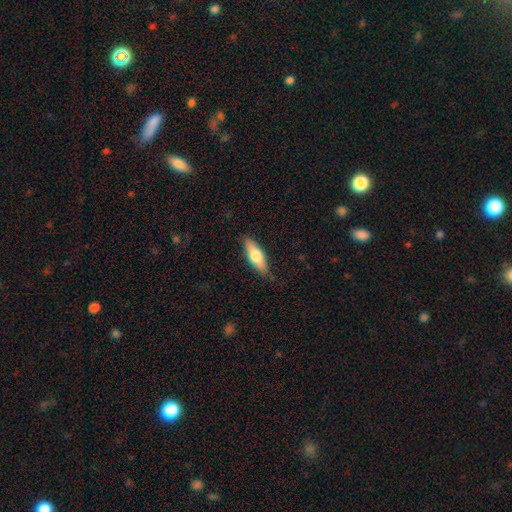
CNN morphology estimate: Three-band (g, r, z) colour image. It shows a smooth galaxy with no disk features (62%) that is in between round and cigar-shaped (55%). Merging: none (83%).